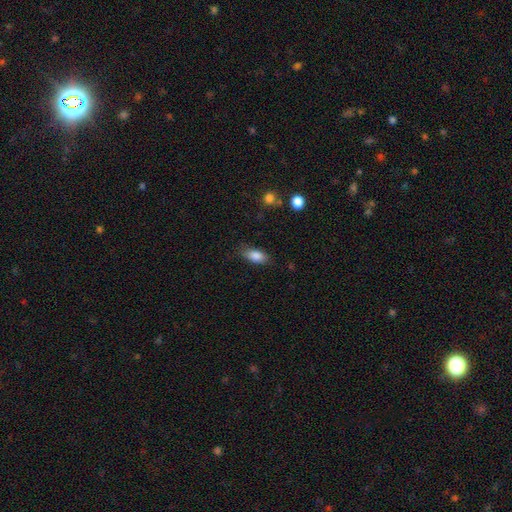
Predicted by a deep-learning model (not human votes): A smooth galaxy with no disk features (86%) that is in between round and cigar-shaped (87%).

Vote fractions:
- Smooth or featured? smooth: 86% / star or artifact: 7% / featured or disk: 7%
- How rounded? in between: 87% / cigar-shaped: 9% / round: 5%
- Merging? none: 77% / minor disturbance: 18% / major disturbance: 4% / merger: 1%